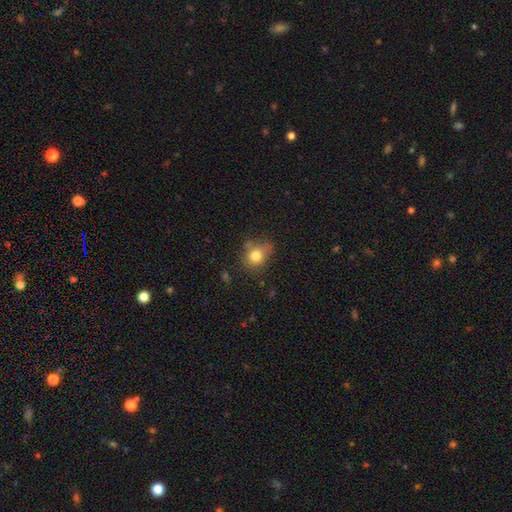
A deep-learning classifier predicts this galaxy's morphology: smooth-or-featured: smooth: 79% | star or artifact: 11% | featured or disk: 10%
  how-rounded: round: 59% | in between: 40% | cigar-shaped: 1%
  merging: none: 57% | minor disturbance: 27% | major disturbance: 9% | merger: 7%